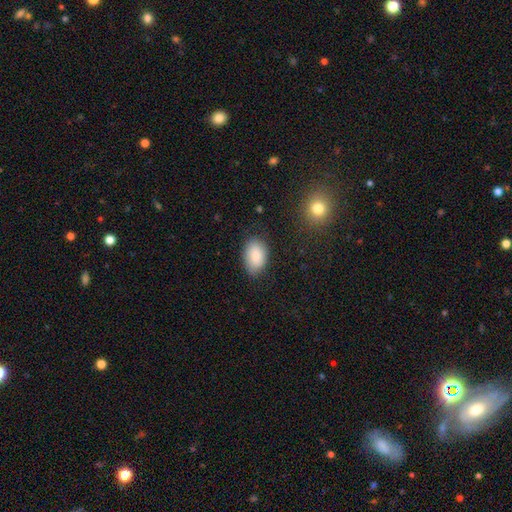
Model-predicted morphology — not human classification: Overall: smooth (86%). How rounded: in between (89%). Merging: none (79%).